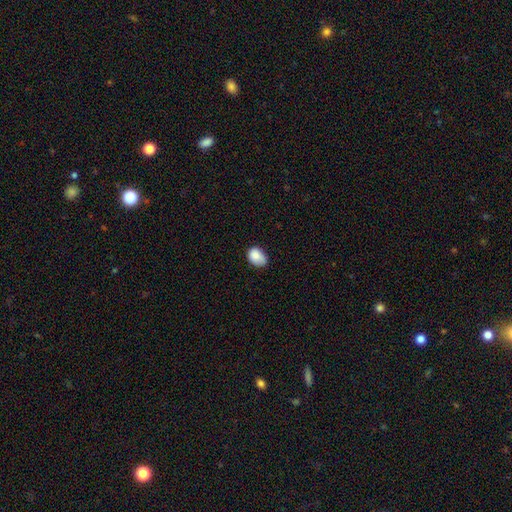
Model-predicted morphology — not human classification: type=smooth (85%); roundness=in between (74%); merging=none (56%).